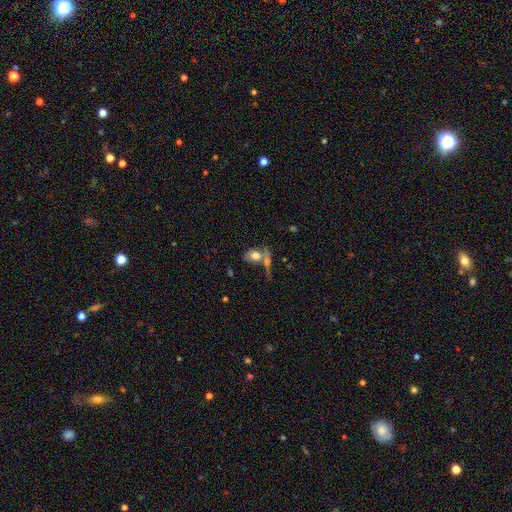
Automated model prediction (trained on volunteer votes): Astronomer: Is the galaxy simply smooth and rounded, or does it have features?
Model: smooth — 68%.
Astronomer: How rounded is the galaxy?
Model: in between — 70%.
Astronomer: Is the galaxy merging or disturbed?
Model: merger — 40% (runner-up: none, 36%).